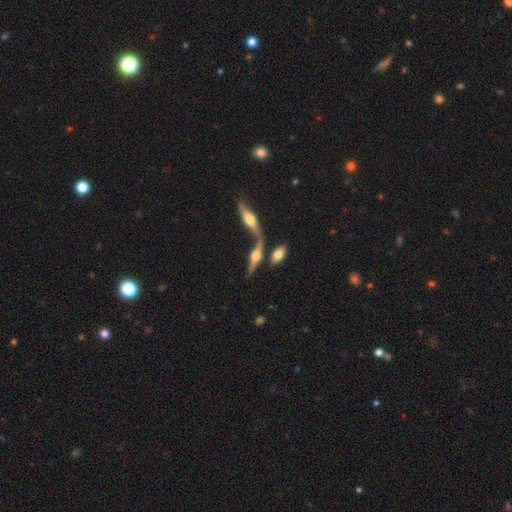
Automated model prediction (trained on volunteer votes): A featured or disk galaxy (67%) viewed edge-on (87%) with a rounded central bulge (94%).

Vote fractions:
- Smooth or featured? featured or disk: 67% / smooth: 25% / star or artifact: 7%
- Edge-on disk? yes: 87% / no: 13%
- Edge-on bulge? rounded: 94% / boxy: 4% / none: 2%
- Merging? none: 42% / merger: 39% / minor disturbance: 12% / major disturbance: 6%